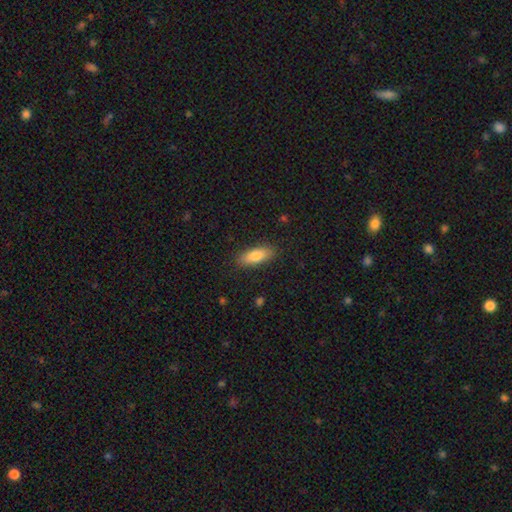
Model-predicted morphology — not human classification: The model was most divided on "how rounded": in between: 69%, cigar-shaped: 29%, round: 2%. More confident: merging — none (87%); smooth or featured — smooth (79%).